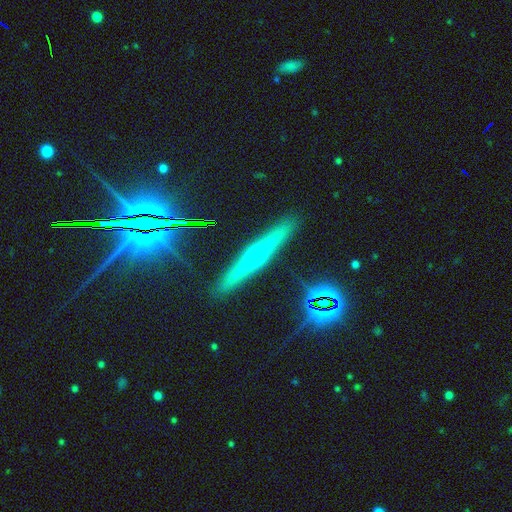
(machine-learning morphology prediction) This is likely a featured or disk galaxy (66%). It is clearly viewed edge-on (96%). Edge-on bulge: clearly rounded (90%). Merging: clearly none (90%).